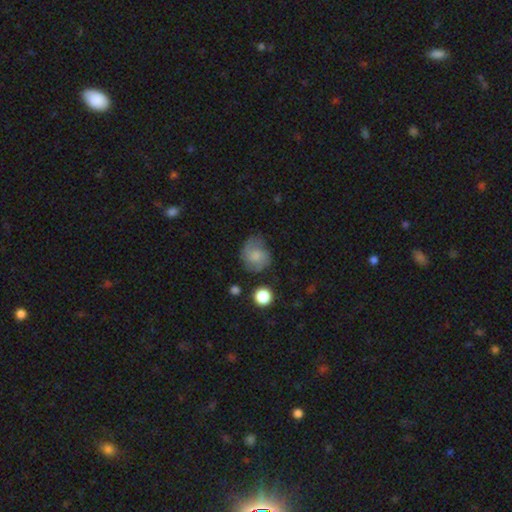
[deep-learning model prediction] Overall: smooth (63%; featured or disk 28%). How rounded: round (76%). Merging: none (56%; minor disturbance 28%).